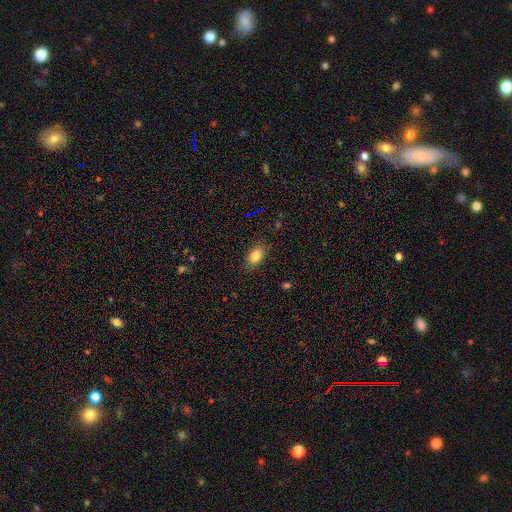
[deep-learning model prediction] This appears to be a smooth galaxy with no disk features (84%) that is in between round and cigar-shaped (88%). Merging: none (85%).